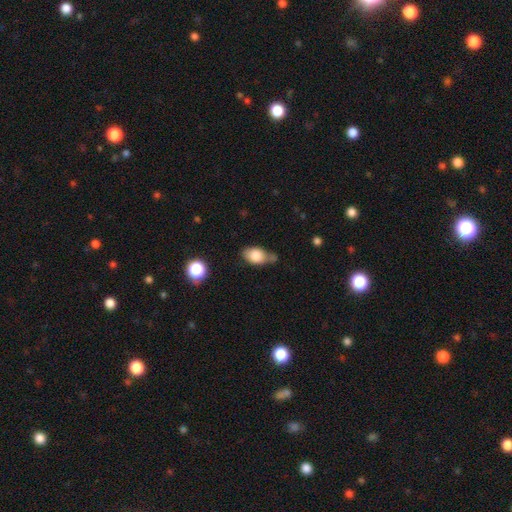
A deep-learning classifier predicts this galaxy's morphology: Smooth or featured? smooth (80%)
How rounded? in between (84%)
Merging? none (47%)